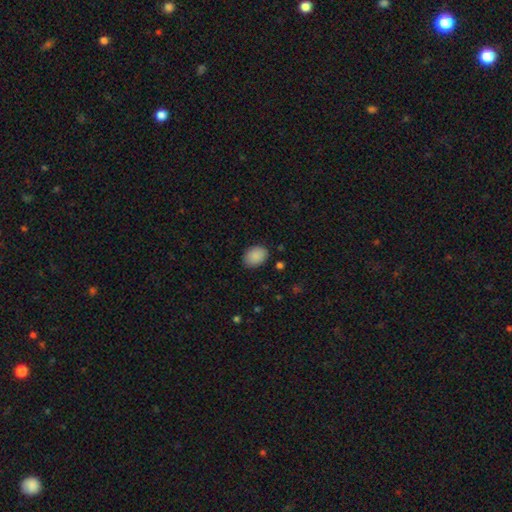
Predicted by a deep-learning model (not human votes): Smooth or featured: smooth — 90% (star or artifact — 7%)
How rounded: in between — 73% (round — 26%)
Merging: none — 86% (minor disturbance — 10%)